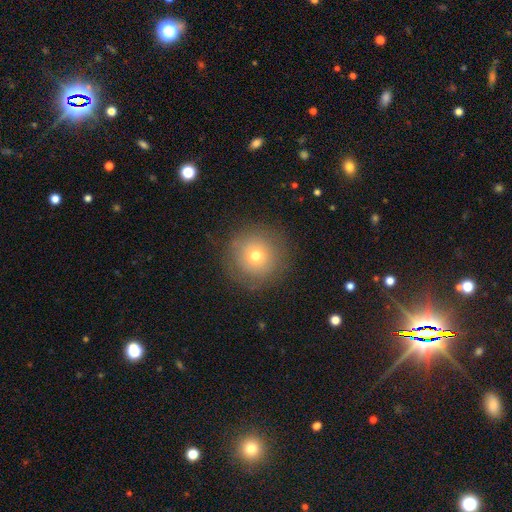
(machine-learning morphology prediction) Smooth or featured: smooth — 69% (featured or disk — 17%)
How rounded: round — 96% (in between — 3%)
Merging: none — 86% (minor disturbance — 9%)